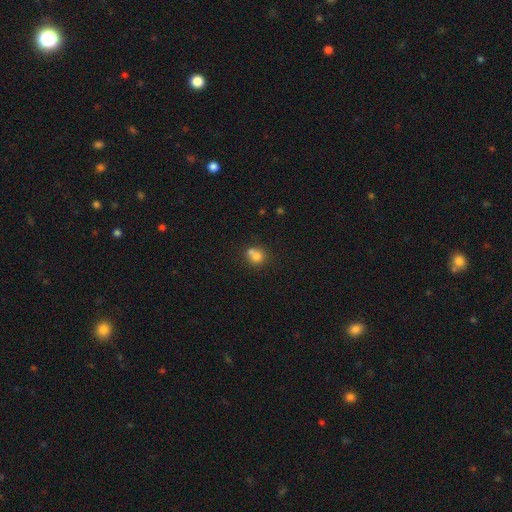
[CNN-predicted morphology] Smooth or featured? smooth (74%)
How rounded? round (79%)
Merging? merger (47%)